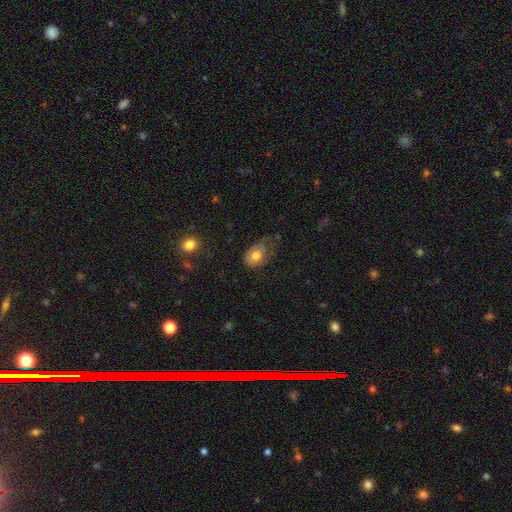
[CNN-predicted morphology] Q: Smooth or featured?
A: smooth (76%); runner-up: featured or disk (16%)
Q: How rounded?
A: in between (78%); runner-up: round (20%)
Q: Merging?
A: none (38%); runner-up: minor disturbance (37%)